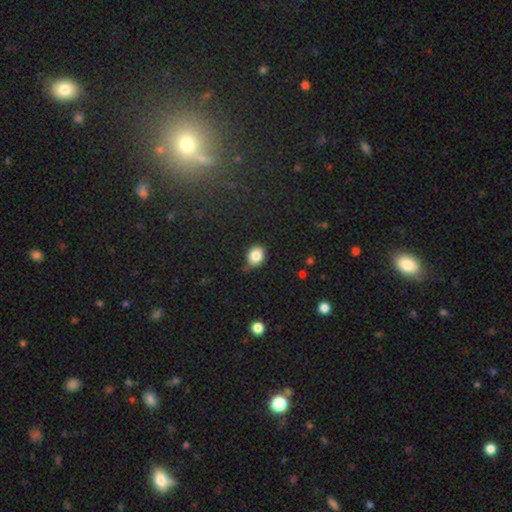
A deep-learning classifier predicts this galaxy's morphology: This appears to be a smooth galaxy with no disk features (84%) that is round (55%). Merging: none (64%).